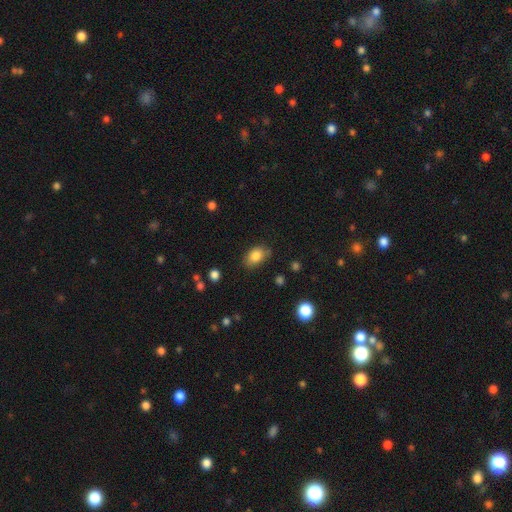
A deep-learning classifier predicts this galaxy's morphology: A smooth galaxy with no disk features (84%) that is in between round and cigar-shaped (83%).

Vote fractions:
- Smooth or featured? smooth: 84% / star or artifact: 8% / featured or disk: 7%
- How rounded? in between: 83% / round: 15% / cigar-shaped: 1%
- Merging? none: 75% / minor disturbance: 19% / major disturbance: 4% / merger: 2%